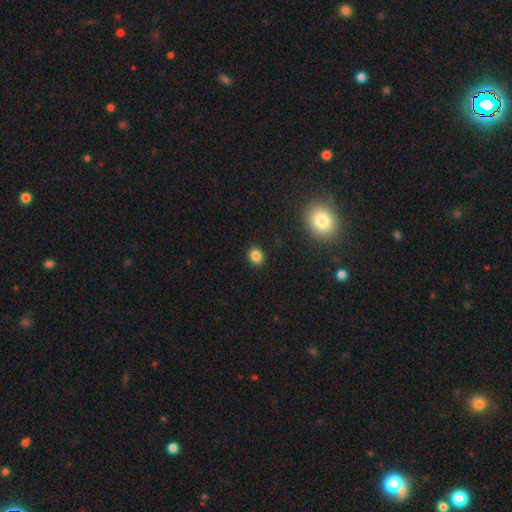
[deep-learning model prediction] Smooth or featured?
  - smooth: 84% *
  - star or artifact: 11%
  - featured or disk: 4%
How rounded?
  - round: 52% *
  - in between: 47%
  - cigar-shaped: 1%
Merging?
  - none: 90% *
  - minor disturbance: 7%
  - major disturbance: 2%
  - merger: 1%